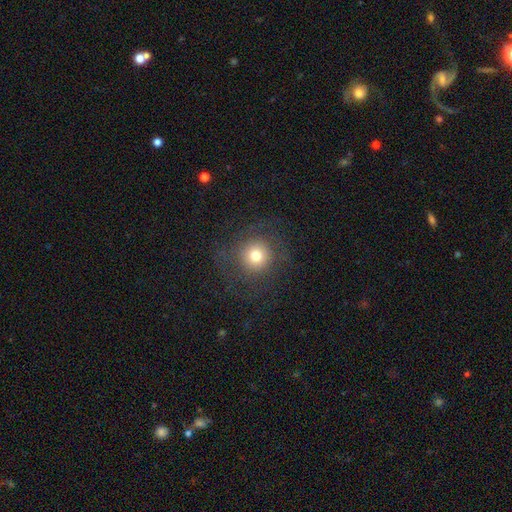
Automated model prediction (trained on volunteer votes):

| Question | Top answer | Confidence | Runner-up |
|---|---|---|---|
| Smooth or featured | smooth | 73% | star or artifact (15%) |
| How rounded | round | 94% | in between (5%) |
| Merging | none | 81% | minor disturbance (10%) |